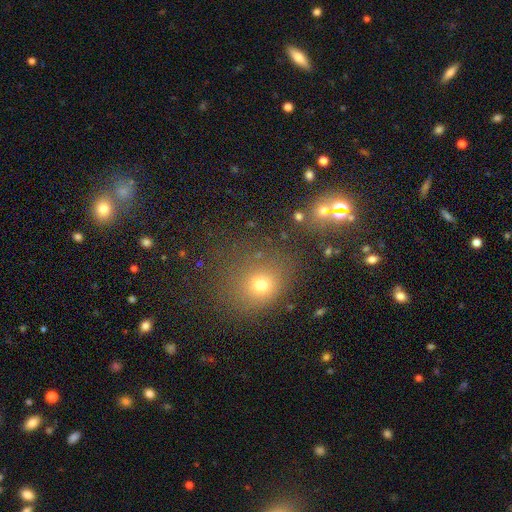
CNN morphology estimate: Q: Smooth or featured?
A: smooth (53%); runner-up: star or artifact (39%)
Q: How rounded?
A: round (85%); runner-up: in between (14%)
Q: Merging?
A: none (81%); runner-up: minor disturbance (9%)